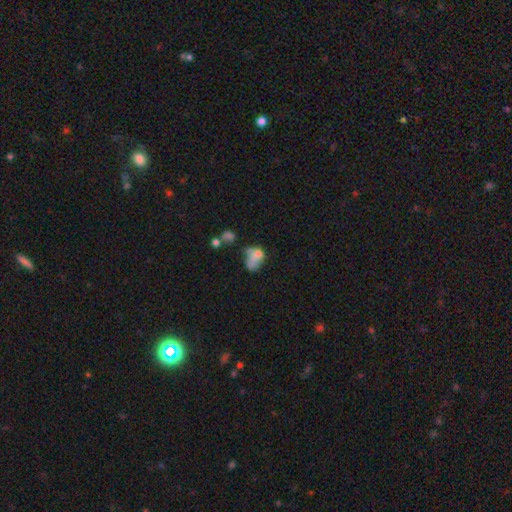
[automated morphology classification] This appears to be a smooth galaxy with no disk features (59%) that is in between round and cigar-shaped (78%). Merging: merger (35%).